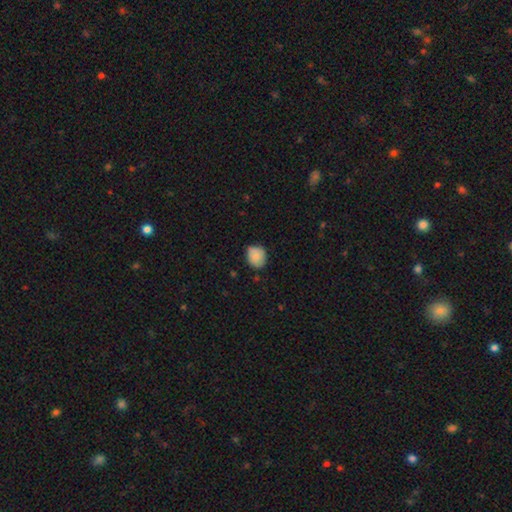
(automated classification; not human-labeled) This is clearly a smooth galaxy (84%). How rounded: likely round (66%). Merging: likely none (72%).